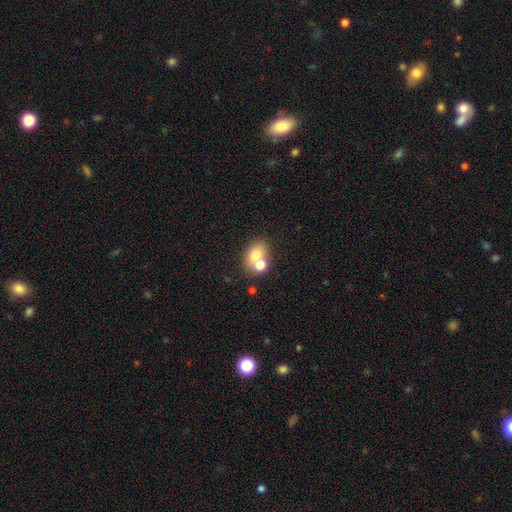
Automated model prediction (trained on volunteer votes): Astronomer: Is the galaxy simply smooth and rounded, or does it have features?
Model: smooth — 70%.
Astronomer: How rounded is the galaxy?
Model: in between — 62%.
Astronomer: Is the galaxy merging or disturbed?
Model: merger — 51% (runner-up: none, 36%).